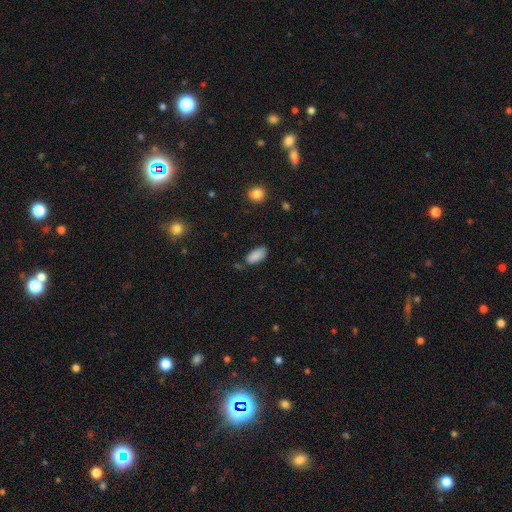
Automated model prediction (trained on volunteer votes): Smooth or featured: smooth — 87% (star or artifact — 8%)
How rounded: in between — 92% (cigar-shaped — 5%)
Merging: none — 72% (minor disturbance — 20%)